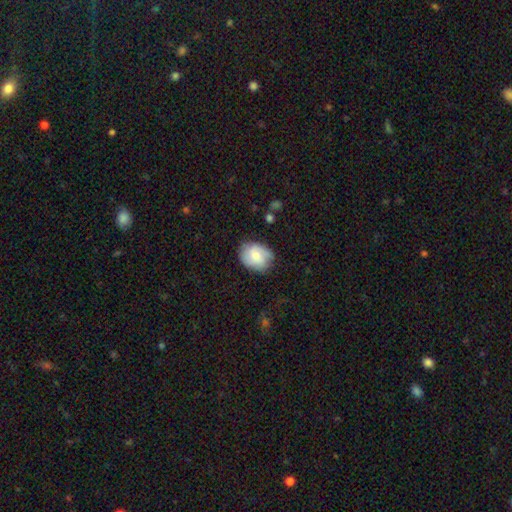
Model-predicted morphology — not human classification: Q: Smooth or featured?
A: smooth (65%); runner-up: featured or disk (28%)
Q: How rounded?
A: in between (53%); runner-up: round (46%)
Q: Merging?
A: none (72%); runner-up: minor disturbance (22%)